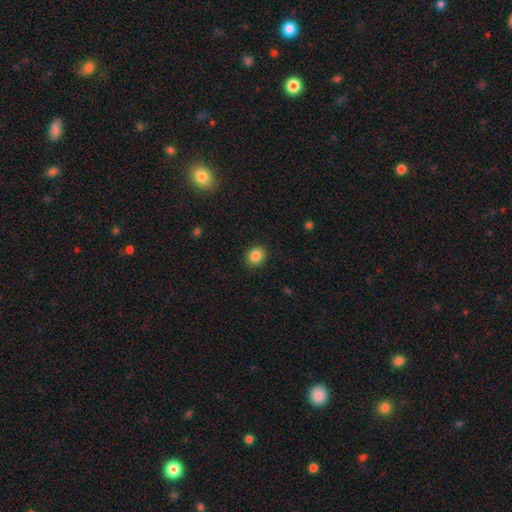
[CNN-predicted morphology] This appears to be a smooth galaxy with no disk features (86%) that is round (65%). Merging: none (90%).